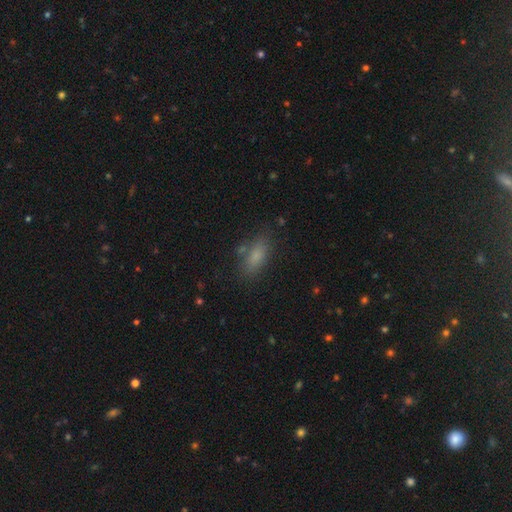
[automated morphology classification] This is clearly a smooth galaxy (81%). How rounded: likely in between (78%). Merging: likely none (76%).